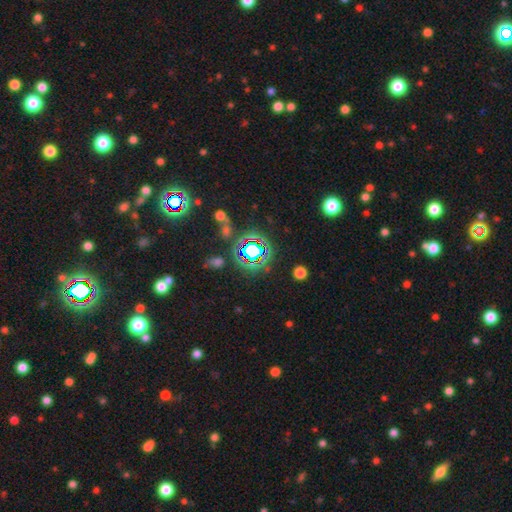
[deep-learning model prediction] Overall: star or artifact (67%).